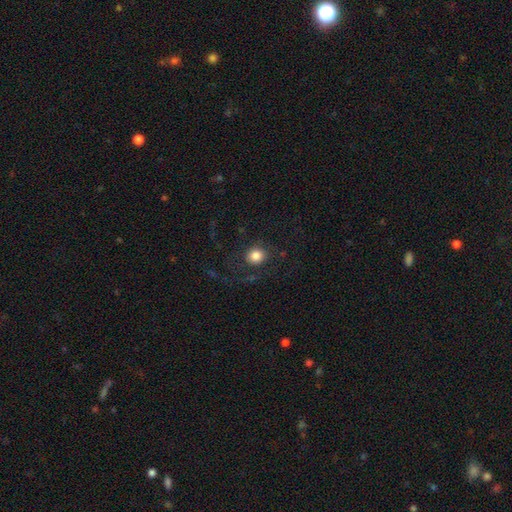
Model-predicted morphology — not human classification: The model was most divided on "how rounded": round: 81%, in between: 18%, cigar-shaped: 1%. More confident: smooth or featured — smooth (81%); merging — none (77%).